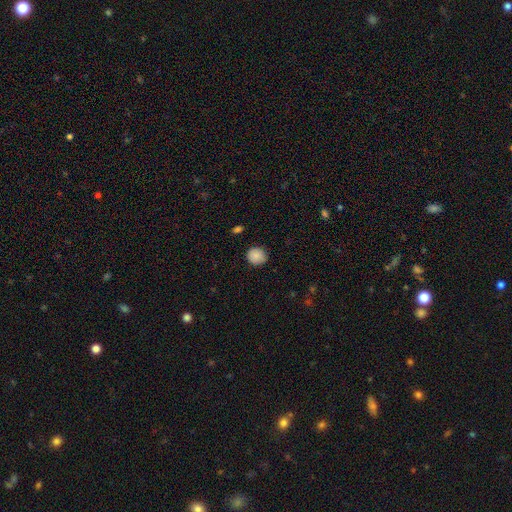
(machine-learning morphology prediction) Smooth or featured? Predicted: smooth (p=0.87). How rounded? Predicted: round (p=0.87). Merging? Predicted: none (p=0.87).